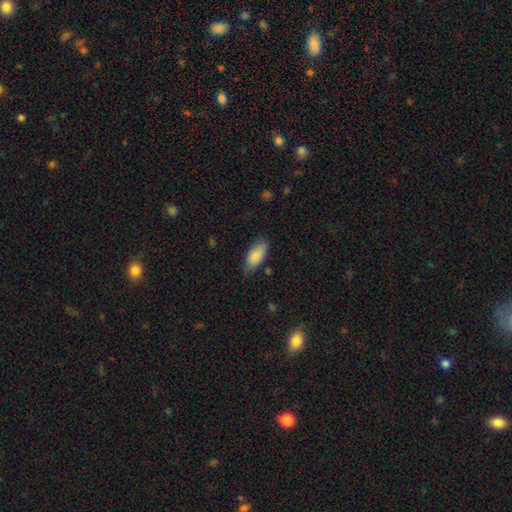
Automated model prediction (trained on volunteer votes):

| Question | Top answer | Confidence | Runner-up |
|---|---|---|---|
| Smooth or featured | smooth | 86% | featured or disk (7%) |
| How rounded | in between | 87% | cigar-shaped (11%) |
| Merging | none | 73% | minor disturbance (21%) |